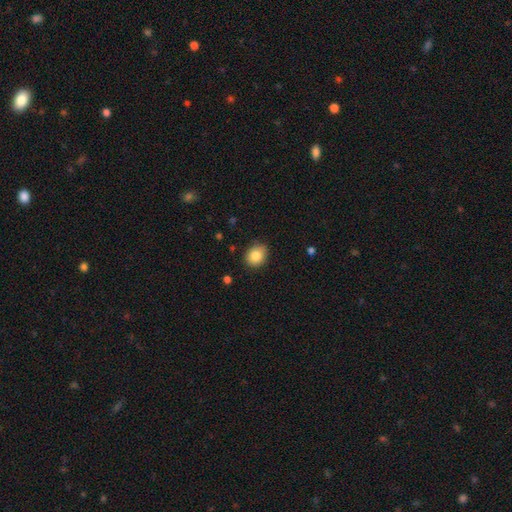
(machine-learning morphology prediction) Smooth or featured?
  - smooth: 84% *
  - star or artifact: 9%
  - featured or disk: 7%
How rounded?
  - round: 61% *
  - in between: 38%
  - cigar-shaped: 1%
Merging?
  - none: 84% *
  - minor disturbance: 13%
  - major disturbance: 2%
  - merger: 1%